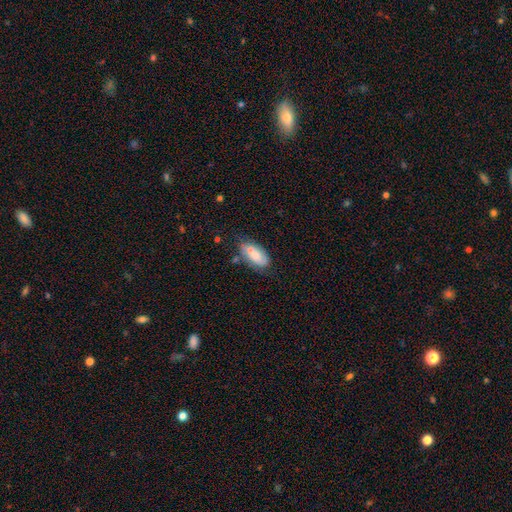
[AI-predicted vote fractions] Overall: smooth (61%; featured or disk 32%). How rounded: in between (89%). Merging: none (57%; minor disturbance 24%).